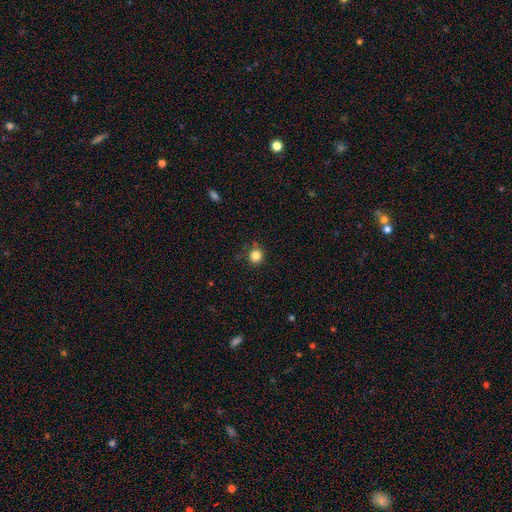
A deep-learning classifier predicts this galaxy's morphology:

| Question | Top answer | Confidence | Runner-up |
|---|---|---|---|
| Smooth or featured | smooth | 83% | star or artifact (12%) |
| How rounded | round | 93% | in between (6%) |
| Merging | none | 85% | minor disturbance (10%) |